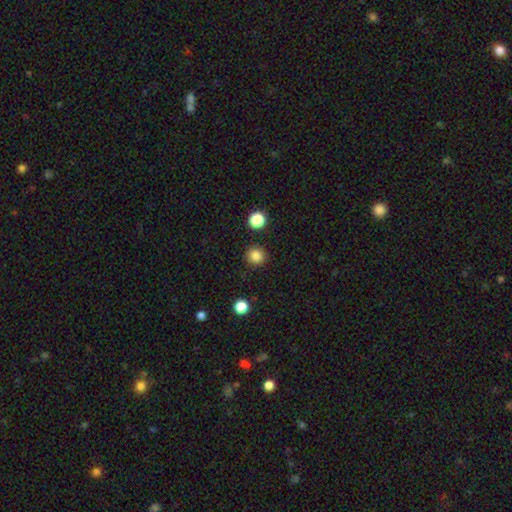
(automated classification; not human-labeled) Morphology: type=smooth (84%); roundness=round (93%); merging=none (89%).